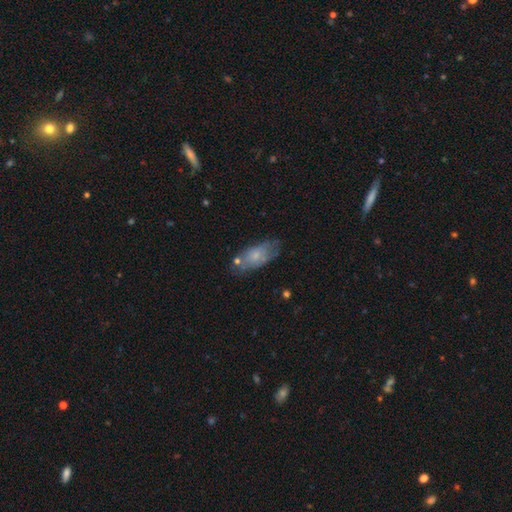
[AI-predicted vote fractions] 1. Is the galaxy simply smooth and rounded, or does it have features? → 61% smooth, 32% featured or disk, 7% star or artifact.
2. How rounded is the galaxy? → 83% in between, 14% cigar-shaped, 3% round.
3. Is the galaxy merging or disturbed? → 59% none, 25% minor disturbance, 8% major disturbance, 7% merger.